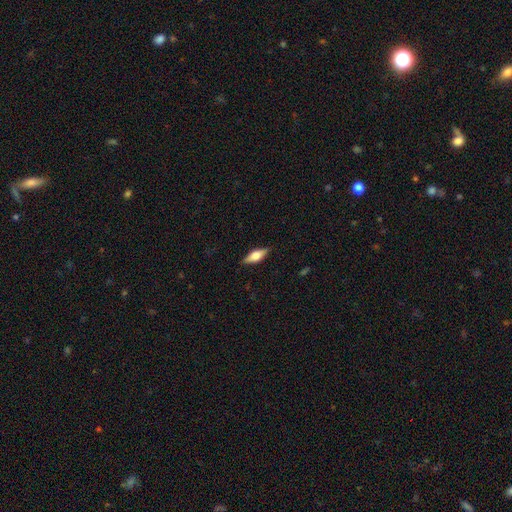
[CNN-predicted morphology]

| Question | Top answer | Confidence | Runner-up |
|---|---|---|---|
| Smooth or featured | featured or disk | 52% | smooth (41%) |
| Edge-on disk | yes | 94% | no (6%) |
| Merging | none | 88% | minor disturbance (9%) |